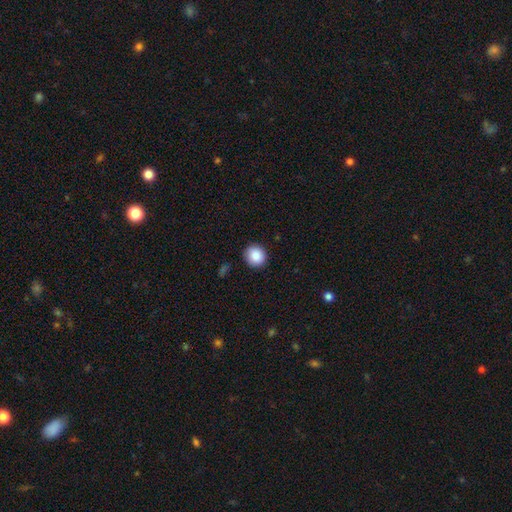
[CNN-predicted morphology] Smooth or featured?
  - smooth: 88% *
  - star or artifact: 8%
  - featured or disk: 4%
How rounded?
  - round: 88% *
  - in between: 11%
  - cigar-shaped: 1%
Merging?
  - none: 91% *
  - minor disturbance: 6%
  - major disturbance: 2%
  - merger: 1%